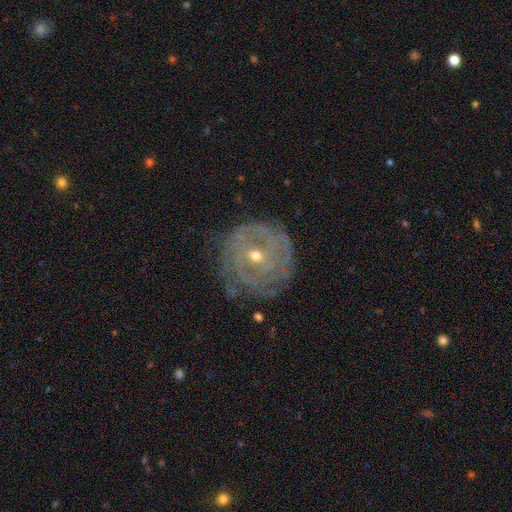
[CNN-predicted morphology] This is clearly a featured or disk galaxy (81%). It is clearly not viewed edge-on (97%). Bar: possibly no (58%). Spiral arm pattern: clearly yes (82%). Spiral arm count: possibly can't tell (47%). Spiral winding: likely tight (75%). Central bulge: possibly small (54%). Merging: likely none (69%).